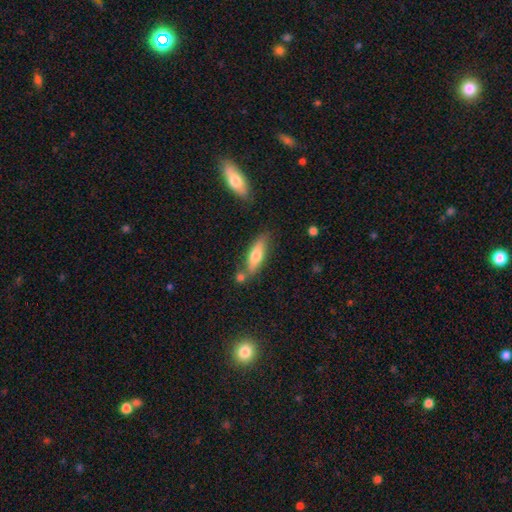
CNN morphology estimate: smooth_or_featured: smooth (p=0.65) [alt: featured or disk p=0.29]
how_rounded: cigar-shaped (p=0.53) [alt: in between p=0.45]
merging: none (p=0.67) [alt: minor disturbance p=0.15]